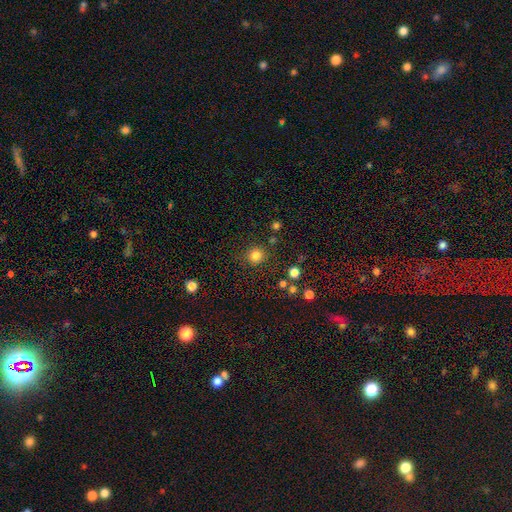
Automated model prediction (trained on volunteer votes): The model was most divided on "smooth or featured": smooth: 82%, star or artifact: 13%, featured or disk: 5%. More confident: how rounded — round (91%); merging — none (85%).